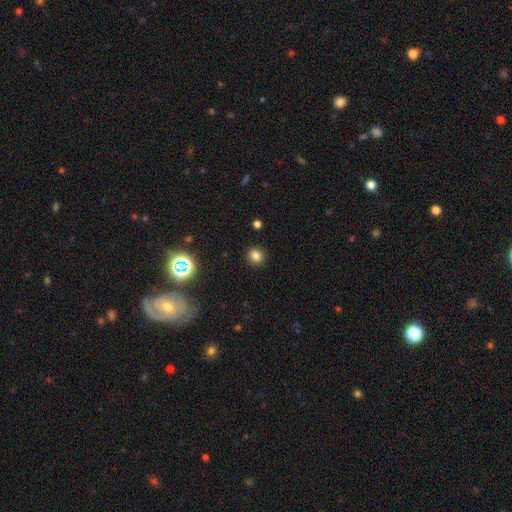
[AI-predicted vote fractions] Smooth or featured?
  - smooth: 79% *
  - star or artifact: 15%
  - featured or disk: 5%
How rounded?
  - round: 89% *
  - in between: 10%
  - cigar-shaped: 1%
Merging?
  - none: 91% *
  - minor disturbance: 6%
  - major disturbance: 2%
  - merger: 1%